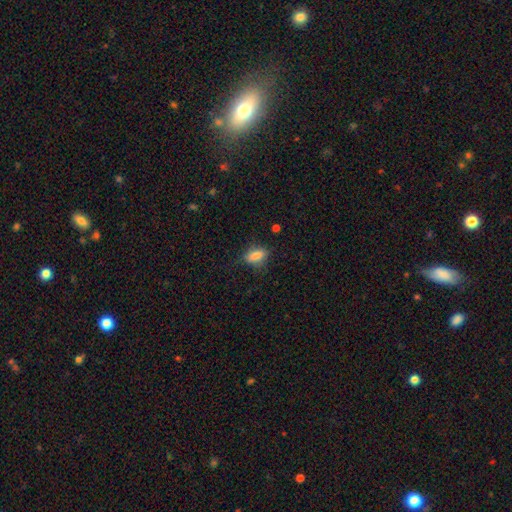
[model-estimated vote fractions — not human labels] Smooth or featured: smooth — 80% (featured or disk — 11%)
How rounded: in between — 80% (cigar-shaped — 11%)
Merging: none — 71% (minor disturbance — 20%)